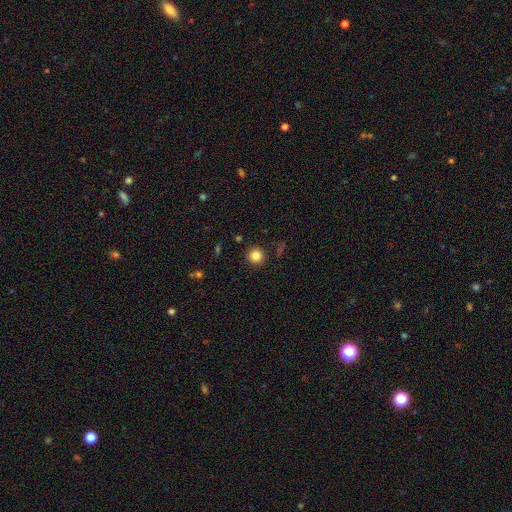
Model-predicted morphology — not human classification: A smooth galaxy with no disk features (84%) that is round (94%). Merging: none (90%).